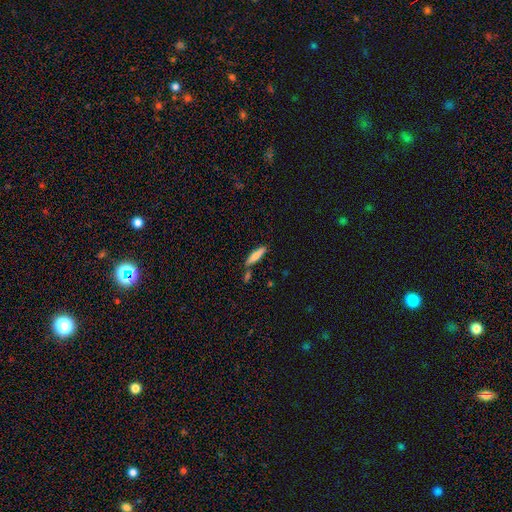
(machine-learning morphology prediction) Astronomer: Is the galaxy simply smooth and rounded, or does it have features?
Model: smooth — 72%.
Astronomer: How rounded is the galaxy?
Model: cigar-shaped — 77%.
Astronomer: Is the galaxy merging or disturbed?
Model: none — 73%.